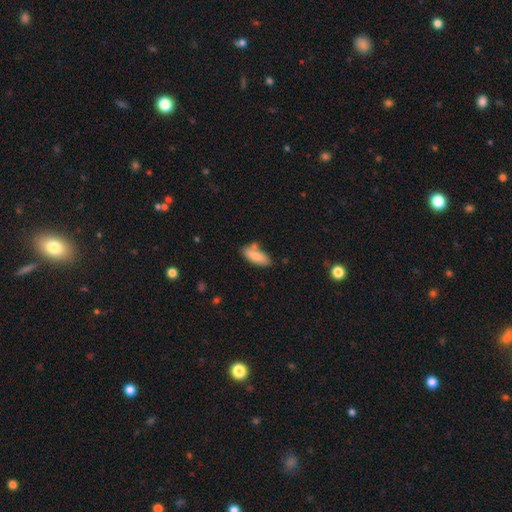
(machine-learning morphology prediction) smooth_or_featured: smooth (p=0.79) [alt: featured or disk p=0.15]
how_rounded: in between (p=0.72) [alt: cigar-shaped p=0.26]
merging: none (p=0.65) [alt: minor disturbance p=0.18]